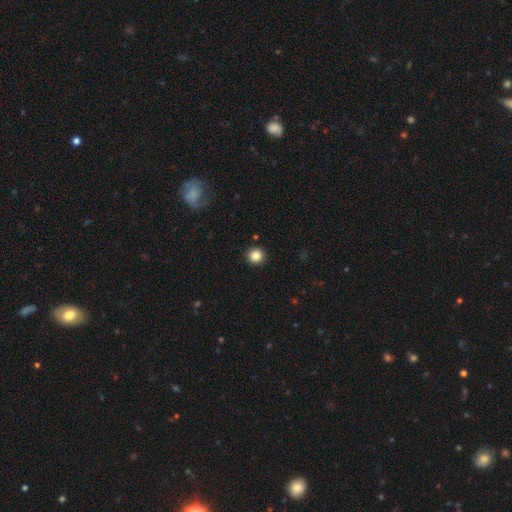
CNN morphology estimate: smooth 85%, star or artifact 11%, featured or disk 4%. Down the decision tree: how rounded — round (96%); merging — none (93%).